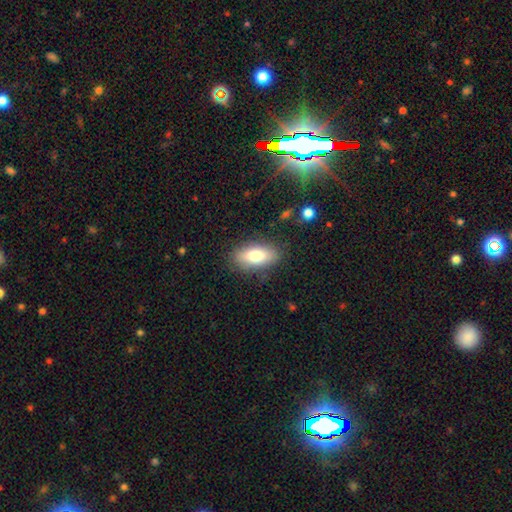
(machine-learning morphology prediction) smooth_or_featured: smooth (p=0.78) [alt: featured or disk p=0.15]
how_rounded: in between (p=0.86) [alt: cigar-shaped p=0.11]
merging: none (p=0.84) [alt: minor disturbance p=0.11]